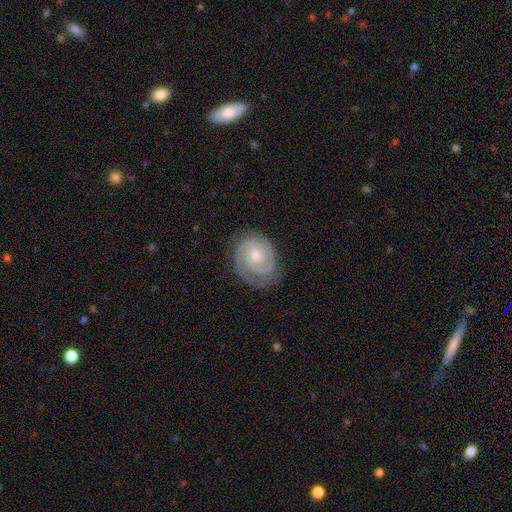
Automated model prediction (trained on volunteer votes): featured or disk 88%, smooth 8%, star or artifact 5%. Down the decision tree: edge-on disk — no (98%); bar — no (63%); spiral arms — yes (98%); spiral arm count — 2 (76%); spiral winding — tight (73%); bulge size — moderate (52%); merging — none (79%).